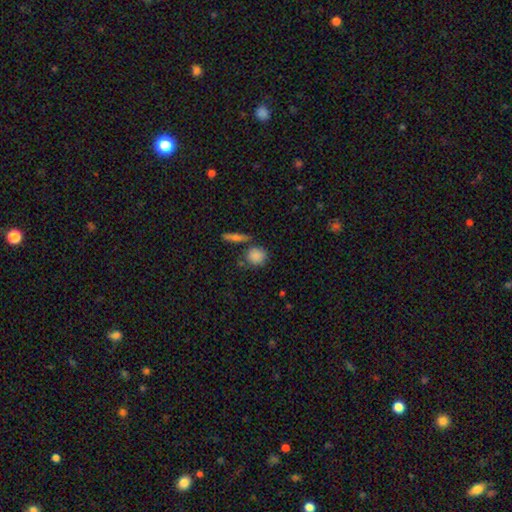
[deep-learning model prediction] Smooth or featured? smooth (84%)
How rounded? round (83%)
Merging? none (71%)